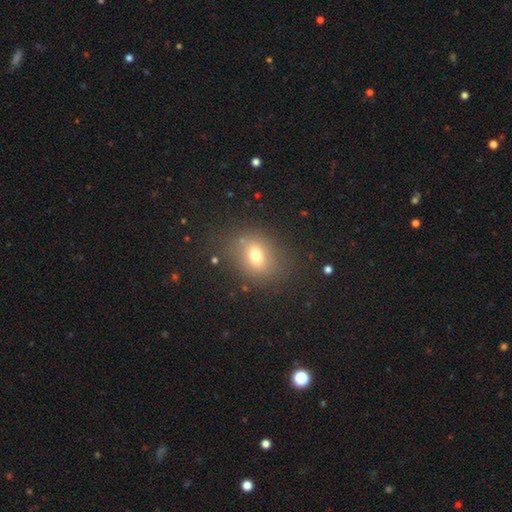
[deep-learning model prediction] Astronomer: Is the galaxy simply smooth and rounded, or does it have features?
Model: smooth — 70%.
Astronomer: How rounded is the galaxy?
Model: in between — 53% (runner-up: round, 46%).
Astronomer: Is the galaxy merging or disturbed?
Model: none — 79%.